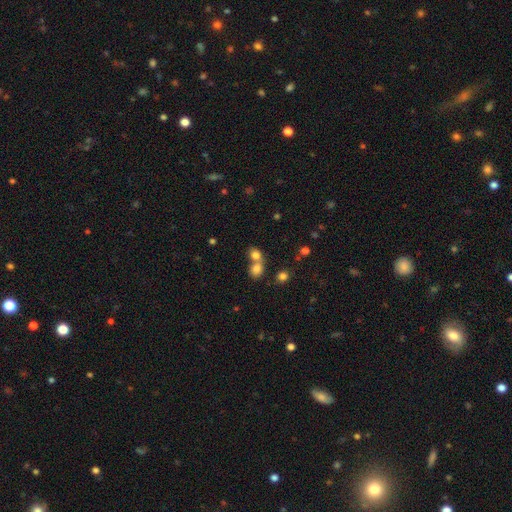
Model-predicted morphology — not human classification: smooth 77%, star or artifact 13%, featured or disk 10%. Down the decision tree: how rounded — round (62%); merging — merger (57%).